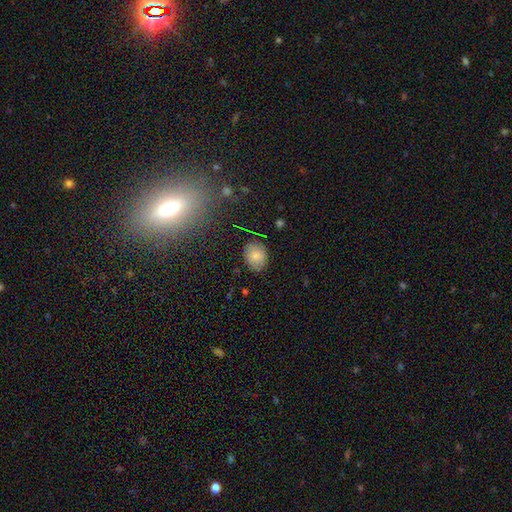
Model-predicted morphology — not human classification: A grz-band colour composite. It shows a smooth galaxy with no disk features (80%) that is in between round and cigar-shaped (50%). Merging: none (83%).